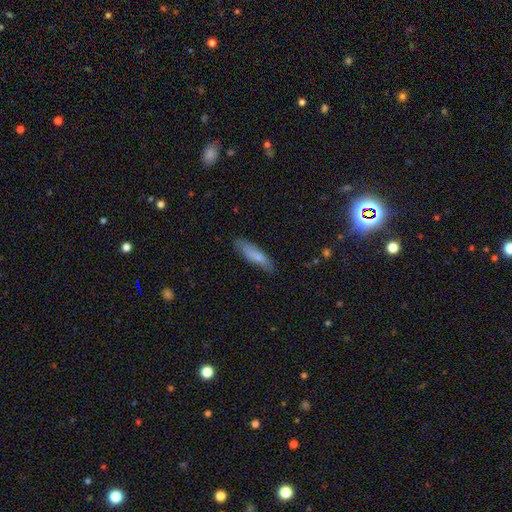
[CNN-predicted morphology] The model was most divided on "how rounded": cigar-shaped: 69%, in between: 30%, round: 2%. More confident: merging — none (79%); smooth or featured — smooth (73%).